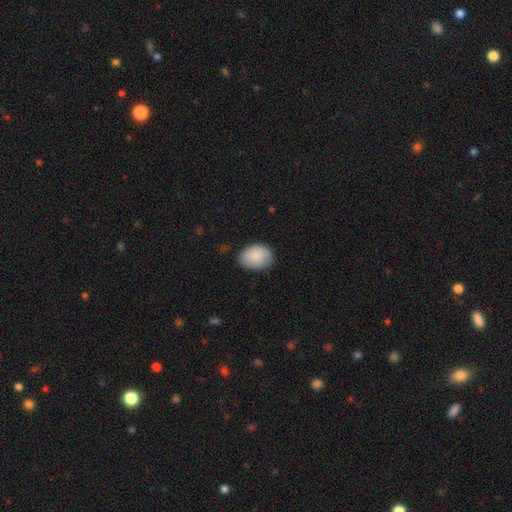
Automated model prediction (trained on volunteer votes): Overall: smooth (85%). How rounded: in between (70%). Merging: none (79%).